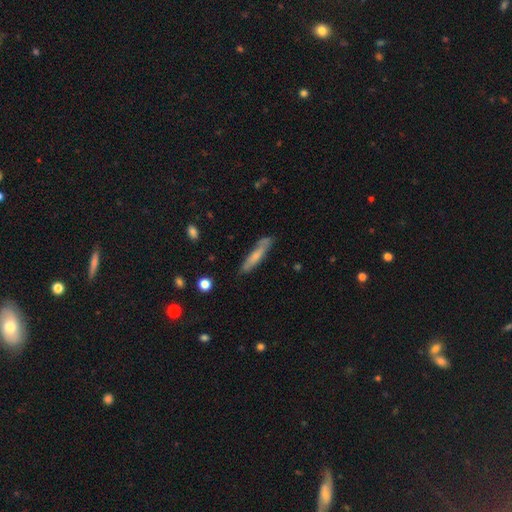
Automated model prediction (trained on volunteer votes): Smooth or featured? smooth (58%)
How rounded? cigar-shaped (88%)
Merging? none (78%)